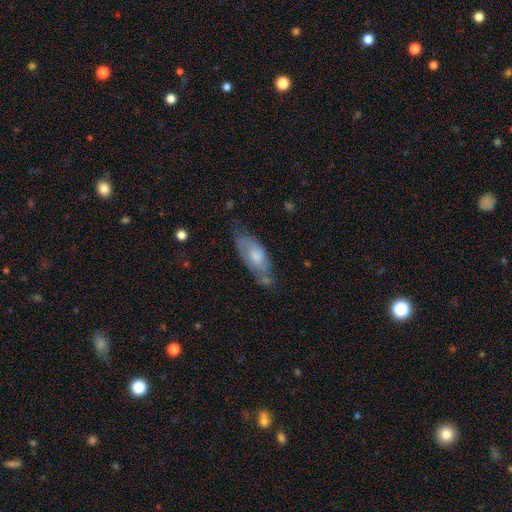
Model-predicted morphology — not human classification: type=smooth (53%); roundness=in between (76%); merging=none (49%).